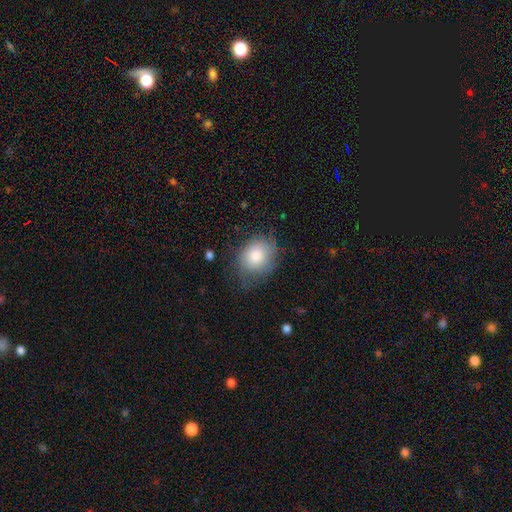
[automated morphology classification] smooth-or-featured: smooth: 79% | featured or disk: 13% | star or artifact: 8%
  how-rounded: round: 53% | in between: 46% | cigar-shaped: 1%
  merging: none: 60% | minor disturbance: 29% | major disturbance: 9% | merger: 1%